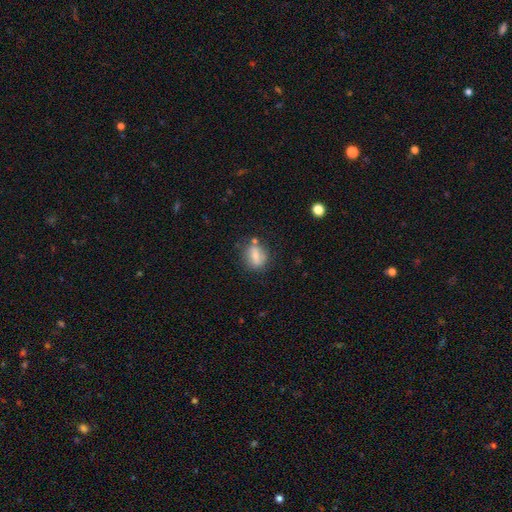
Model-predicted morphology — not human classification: smooth-or-featured: smooth: 67% | featured or disk: 24% | star or artifact: 9%
  how-rounded: in between: 55% | round: 39% | cigar-shaped: 6%
  merging: none: 67% | minor disturbance: 19% | merger: 8% | major disturbance: 6%